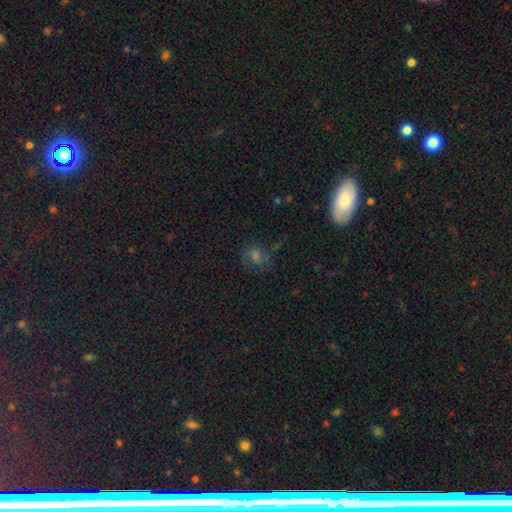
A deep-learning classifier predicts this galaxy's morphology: Smooth or featured: smooth — 40% (featured or disk — 30%)
Merging: none — 63% (minor disturbance — 19%)